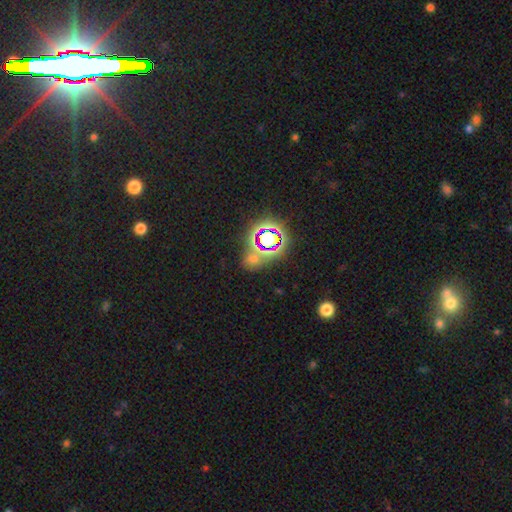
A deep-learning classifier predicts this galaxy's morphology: A star or artifact, not a galaxy (64%).

Vote fractions:
- Smooth or featured? star or artifact: 64% / smooth: 26% / featured or disk: 9%